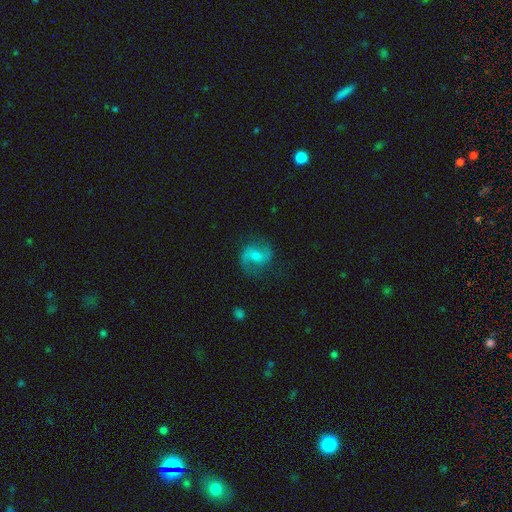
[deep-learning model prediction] Smooth or featured? Predicted: featured or disk (p=0.69). Edge-on disk? Predicted: no (p=0.97). Bar? Predicted: weak (p=0.46). Spiral arms? Predicted: yes (p=0.92). Spiral winding? Predicted: medium (p=0.49). Spiral arm count? Predicted: 2 (p=0.86). Bulge size? Predicted: moderate (p=0.53). Merging? Predicted: none (p=0.70).